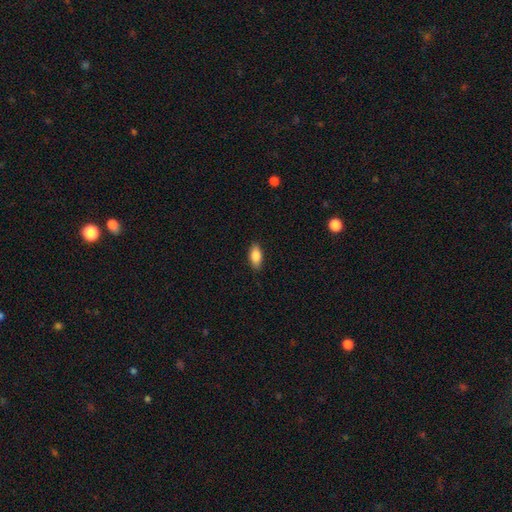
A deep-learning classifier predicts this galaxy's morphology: Smooth or featured?
  - smooth: 85% *
  - featured or disk: 8%
  - star or artifact: 7%
How rounded?
  - in between: 88% *
  - cigar-shaped: 9%
  - round: 3%
Merging?
  - none: 87% *
  - minor disturbance: 10%
  - major disturbance: 2%
  - merger: 1%